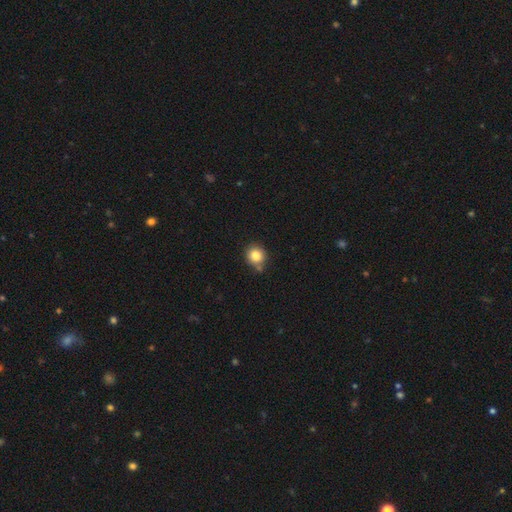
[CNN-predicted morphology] A smooth galaxy with no disk features (83%) that is round (87%). Merging: none (76%).